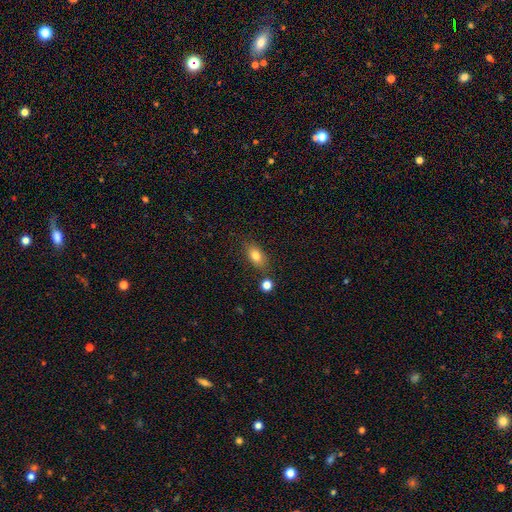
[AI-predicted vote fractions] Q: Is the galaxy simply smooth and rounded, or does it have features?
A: smooth — 81%.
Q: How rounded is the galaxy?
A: in between — 85%.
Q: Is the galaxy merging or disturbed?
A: none — 77%.